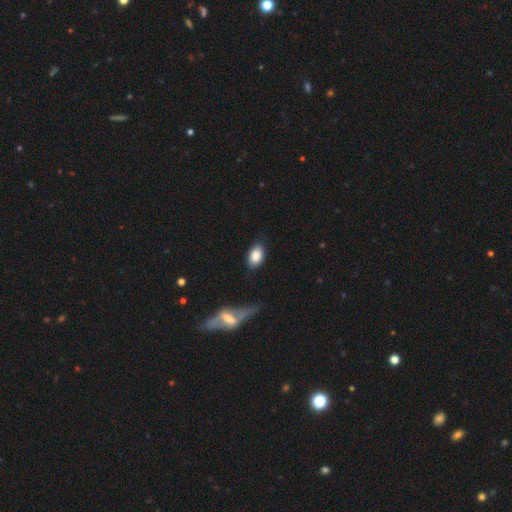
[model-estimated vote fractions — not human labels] Morphology: type=smooth (83%); roundness=in between (89%); merging=none (78%).